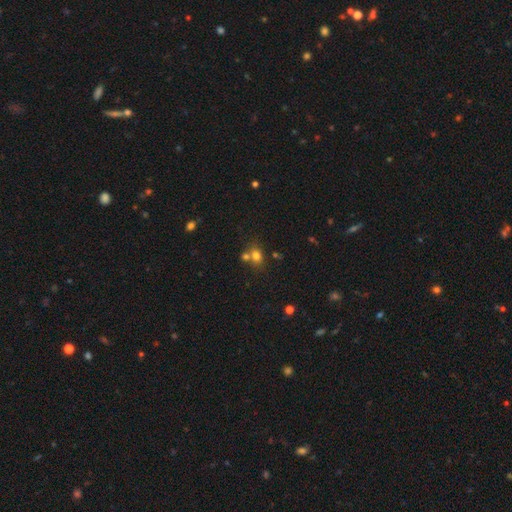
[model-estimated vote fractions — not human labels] Smooth or featured?
  - smooth: 73% *
  - star or artifact: 16%
  - featured or disk: 11%
How rounded?
  - round: 55% *
  - in between: 43%
  - cigar-shaped: 1%
Merging?
  - none: 51% *
  - merger: 35%
  - minor disturbance: 11%
  - major disturbance: 4%